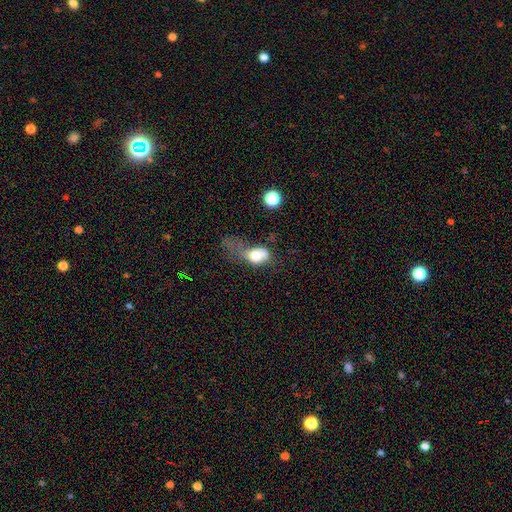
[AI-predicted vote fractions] smooth 68%, featured or disk 22%, star or artifact 10%. Down the decision tree: how rounded — in between (69%); merging — major disturbance (60%).